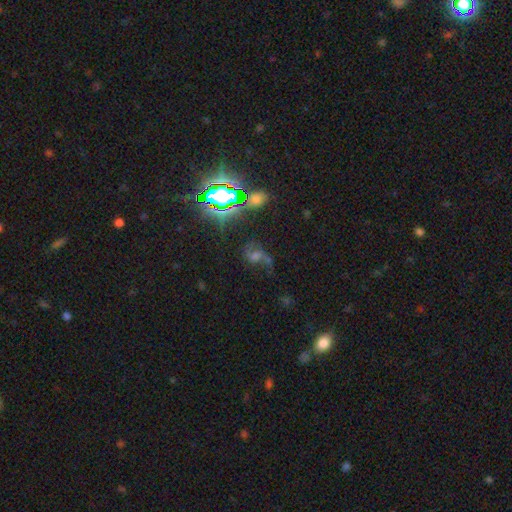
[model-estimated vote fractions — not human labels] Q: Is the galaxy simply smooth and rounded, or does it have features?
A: featured or disk — 42%.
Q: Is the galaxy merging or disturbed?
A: none — 49%.